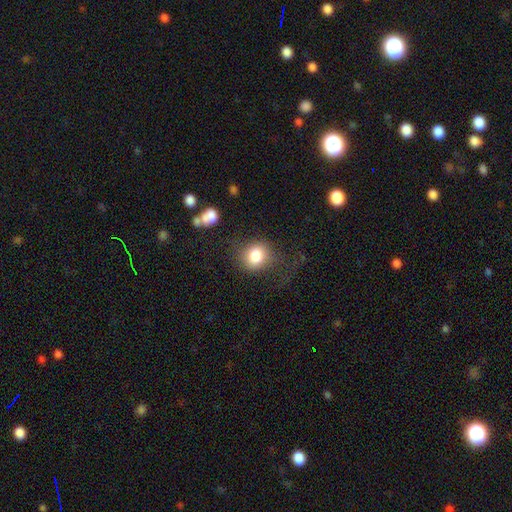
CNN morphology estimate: type=smooth (80%); roundness=round (72%); merging=none (63%).